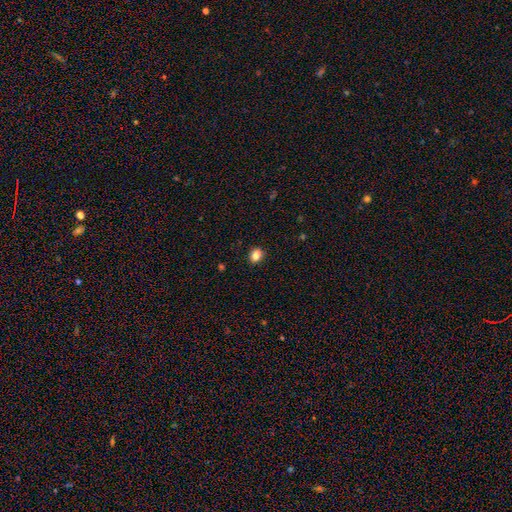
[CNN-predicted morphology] smooth 84%, star or artifact 10%, featured or disk 6%. Down the decision tree: how rounded — in between (61%); merging — none (89%).